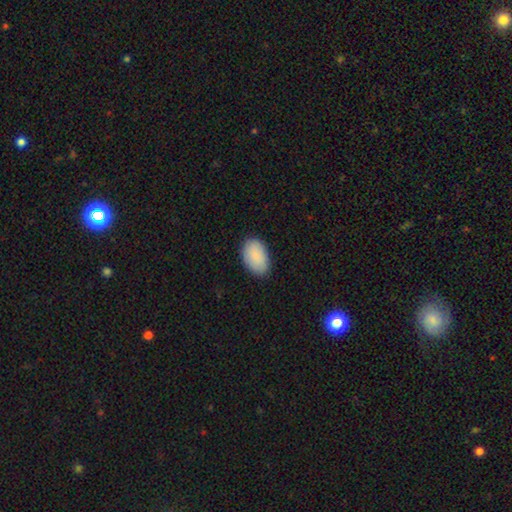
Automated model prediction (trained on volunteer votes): Q: Smooth or featured?
A: smooth (88%); runner-up: featured or disk (6%)
Q: How rounded?
A: in between (92%); runner-up: round (6%)
Q: Merging?
A: none (85%); runner-up: minor disturbance (12%)